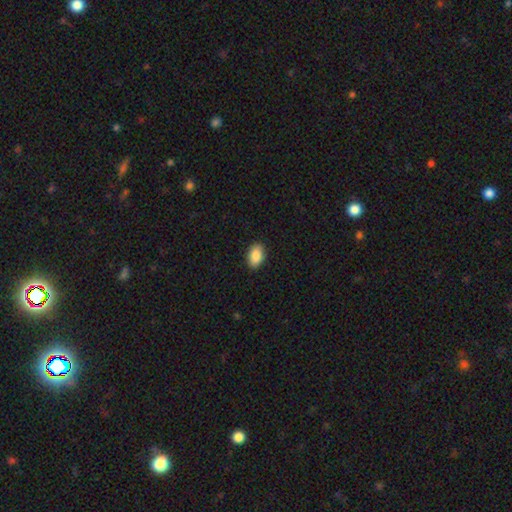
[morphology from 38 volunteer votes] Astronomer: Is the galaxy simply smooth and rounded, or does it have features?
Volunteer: smooth — 92%.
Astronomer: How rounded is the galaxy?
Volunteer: in between — 94%.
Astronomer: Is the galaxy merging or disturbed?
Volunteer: none — 84%.